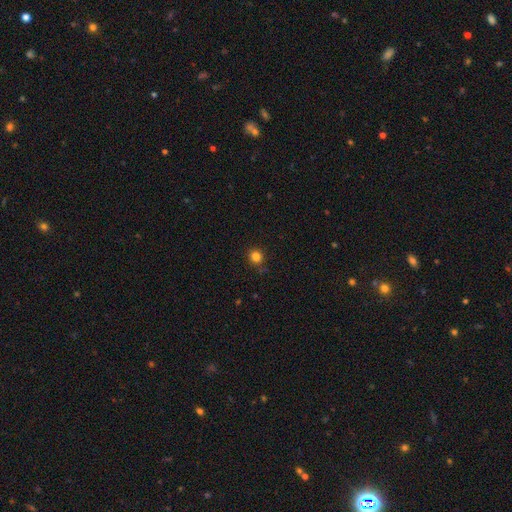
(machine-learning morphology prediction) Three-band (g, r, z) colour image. It shows a smooth galaxy with no disk features (82%) that is round (89%). Merging: none (86%).